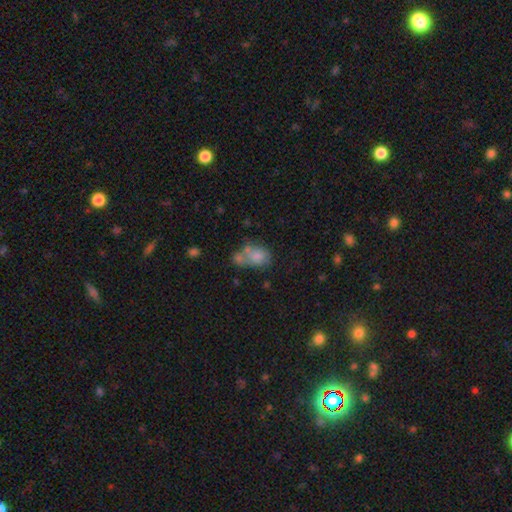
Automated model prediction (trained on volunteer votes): smooth-or-featured: smooth: 71% | featured or disk: 19% | star or artifact: 10%
  how-rounded: in between: 65% | round: 34% | cigar-shaped: 1%
  merging: merger: 49% | none: 26% | minor disturbance: 15% | major disturbance: 10%